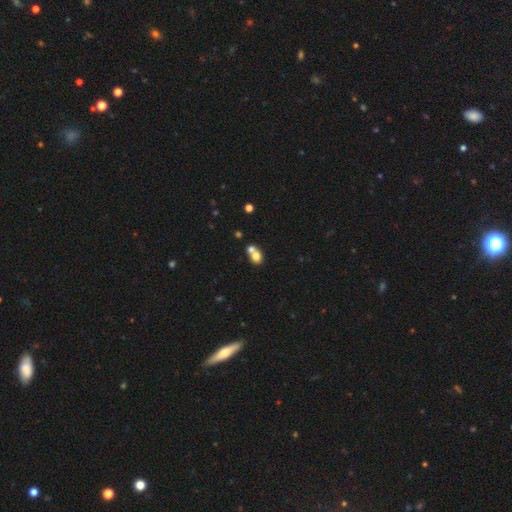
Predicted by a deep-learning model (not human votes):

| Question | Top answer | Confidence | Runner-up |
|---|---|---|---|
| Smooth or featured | smooth | 74% | featured or disk (15%) |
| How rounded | round | 60% | in between (39%) |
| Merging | merger | 58% | none (32%) |